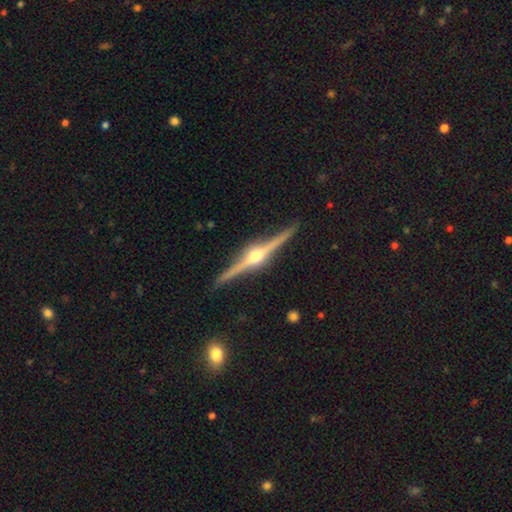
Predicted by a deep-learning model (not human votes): A featured or disk galaxy (88%) viewed edge-on (99%) with a rounded central bulge (96%).

Vote fractions:
- Smooth or featured? featured or disk: 88% / smooth: 7% / star or artifact: 5%
- Edge-on disk? yes: 99% / no: 1%
- Edge-on bulge? rounded: 96% / boxy: 2% / none: 2%
- Merging? none: 91% / minor disturbance: 7% / major disturbance: 1% / merger: 1%